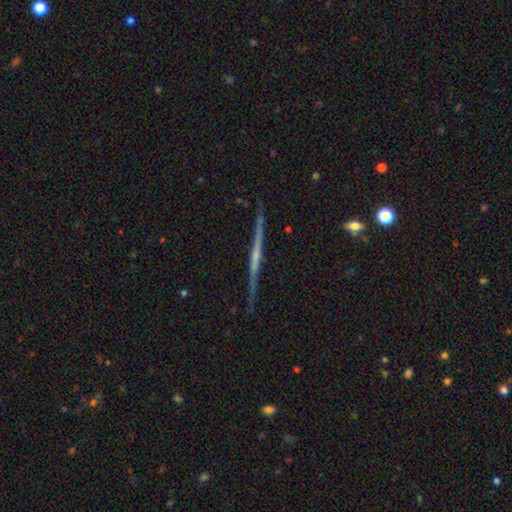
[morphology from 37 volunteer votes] Smooth or featured? featured or disk (76%)
Edge-on disk? yes (100%)
Edge-on bulge? none (61%)
Merging? none (60%)